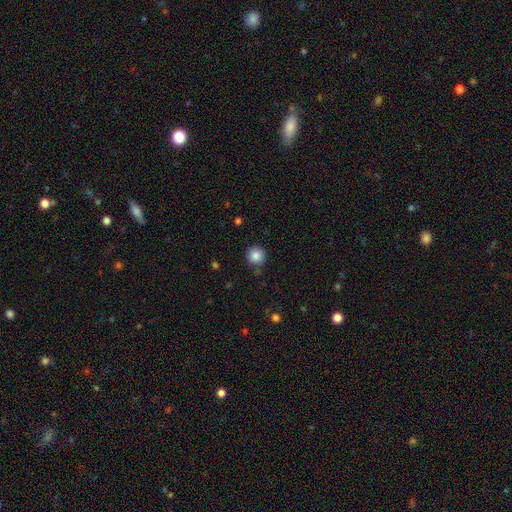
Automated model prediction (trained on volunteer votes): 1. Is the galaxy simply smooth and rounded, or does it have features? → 86% smooth, 10% star or artifact, 4% featured or disk.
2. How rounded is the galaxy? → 94% round, 5% in between, 1% cigar-shaped.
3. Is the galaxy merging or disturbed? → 85% none, 10% minor disturbance, 3% major disturbance, 2% merger.